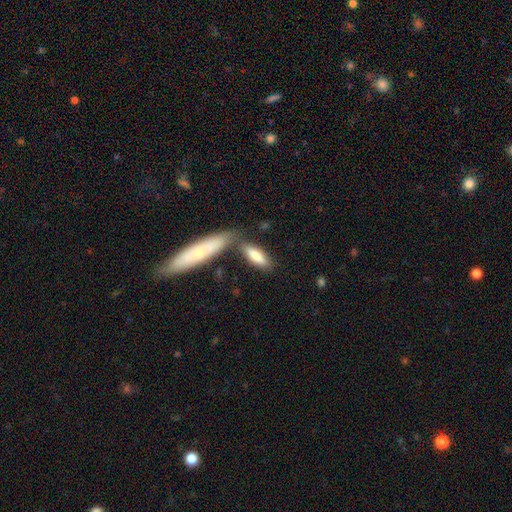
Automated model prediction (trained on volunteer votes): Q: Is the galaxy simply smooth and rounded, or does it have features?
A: smooth — 81%.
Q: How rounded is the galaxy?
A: cigar-shaped — 51%.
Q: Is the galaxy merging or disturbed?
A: none — 56%.